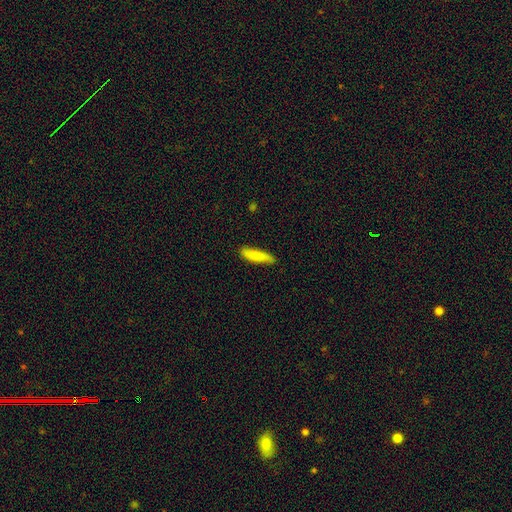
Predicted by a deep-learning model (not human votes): smooth_or_featured: smooth (p=0.82) [alt: featured or disk p=0.13]
how_rounded: cigar-shaped (p=0.76) [alt: in between p=0.22]
merging: none (p=0.81) [alt: minor disturbance p=0.15]